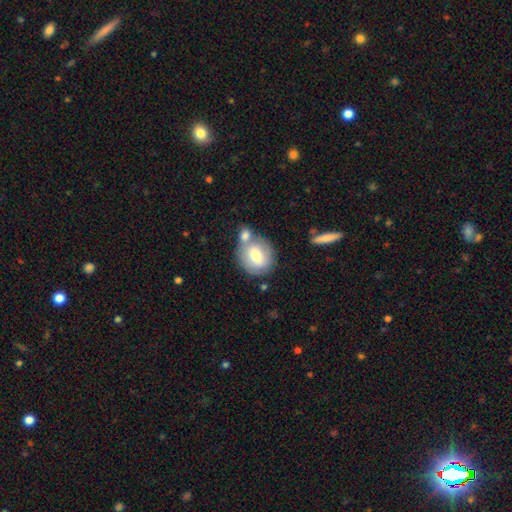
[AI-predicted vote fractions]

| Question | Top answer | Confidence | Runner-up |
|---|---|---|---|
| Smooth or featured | smooth | 69% | featured or disk (25%) |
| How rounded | round | 64% | in between (35%) |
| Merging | none | 43% | merger (39%) |